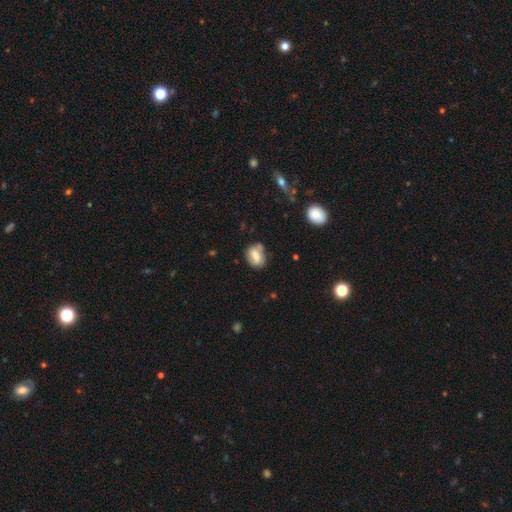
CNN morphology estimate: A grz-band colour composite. It shows a smooth galaxy with no disk features (65%) that is in between round and cigar-shaped (70%). Merging: none (58%).